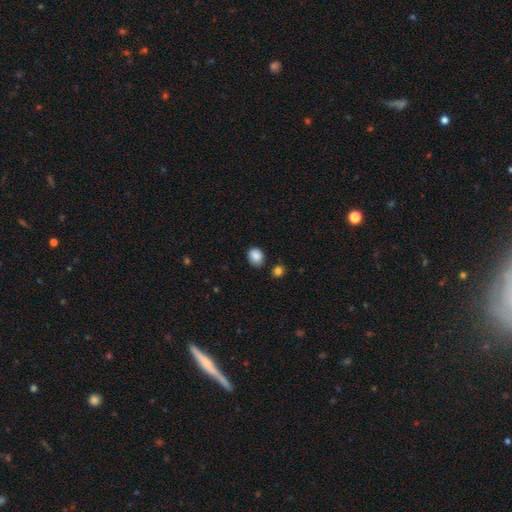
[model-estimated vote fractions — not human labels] The model was most divided on "how rounded": in between: 52%, round: 47%, cigar-shaped: 1%. More confident: smooth or featured — smooth (88%); merging — none (79%).